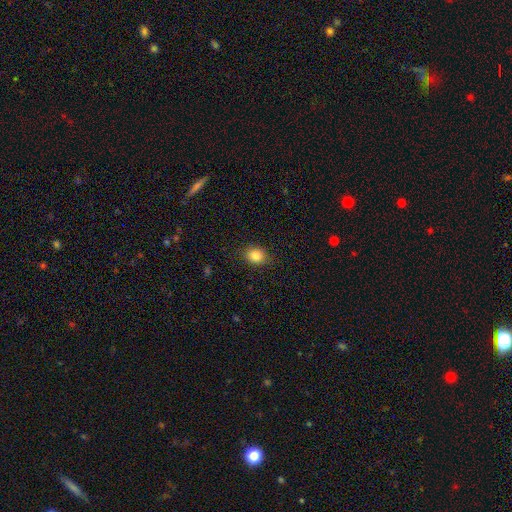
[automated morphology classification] type=smooth (83%); roundness=round (58%); merging=none (87%).